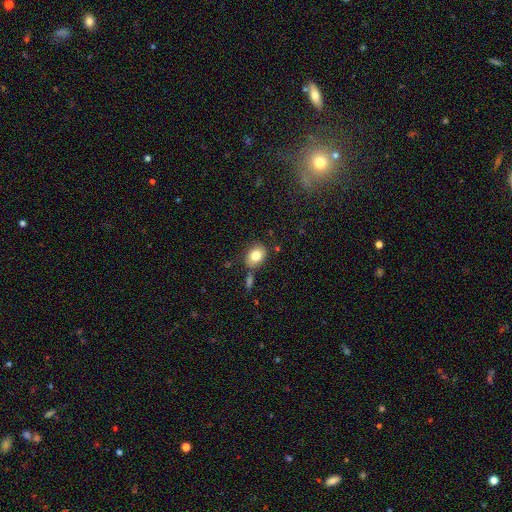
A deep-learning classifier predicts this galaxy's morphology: A smooth galaxy with no disk features (81%) that is in between round and cigar-shaped (58%).

Vote fractions:
- Smooth or featured? smooth: 81% / featured or disk: 11% / star or artifact: 8%
- How rounded? in between: 58% / round: 40% / cigar-shaped: 1%
- Merging? none: 69% / minor disturbance: 16% / merger: 10% / major disturbance: 4%